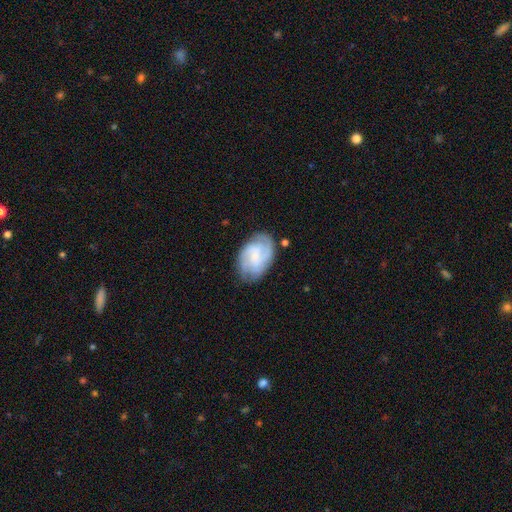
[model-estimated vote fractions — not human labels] Morphology: type=featured or disk (74%); edge-on=no (98%); bar=no (52%); spiral arms=yes (94%); winding=tight (50%); arm count=2 (36%); bulge=small (53%); merging=none (75%).